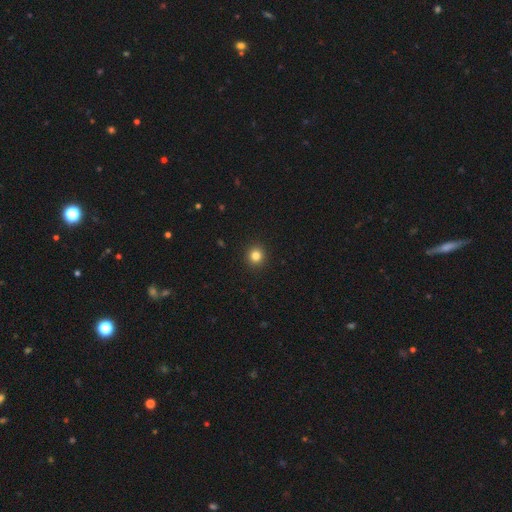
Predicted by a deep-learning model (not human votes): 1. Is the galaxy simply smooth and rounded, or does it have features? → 83% smooth, 13% star or artifact, 5% featured or disk.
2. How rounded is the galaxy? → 92% round, 7% in between, 1% cigar-shaped.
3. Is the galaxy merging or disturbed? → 93% none, 4% minor disturbance, 2% major disturbance, 1% merger.